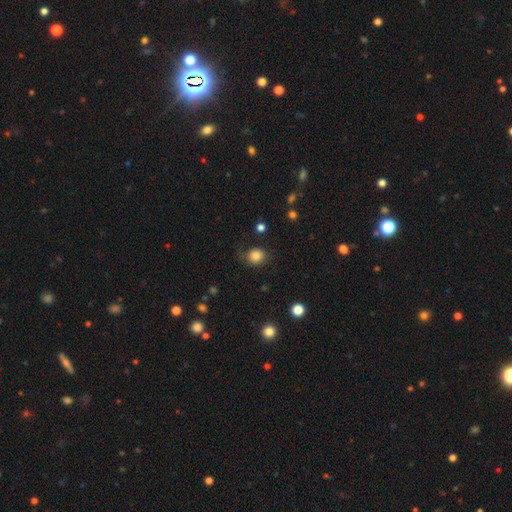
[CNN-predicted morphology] A smooth galaxy with no disk features (83%) that is round (76%).

Vote fractions:
- Smooth or featured? smooth: 83% / star or artifact: 11% / featured or disk: 6%
- How rounded? round: 76% / in between: 23% / cigar-shaped: 1%
- Merging? none: 76% / minor disturbance: 16% / major disturbance: 6% / merger: 2%